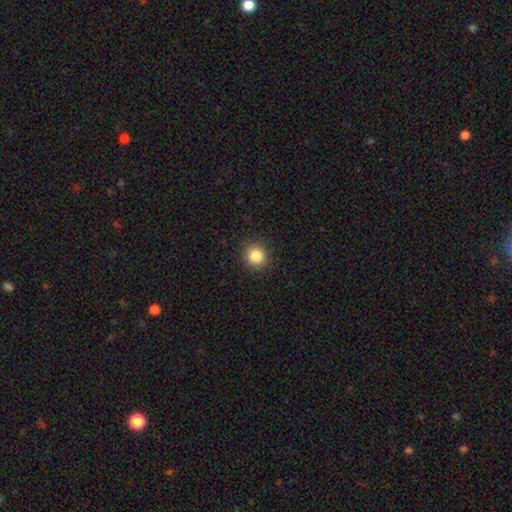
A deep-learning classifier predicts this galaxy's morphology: A smooth galaxy with no disk features (85%) that is round (89%).

Vote fractions:
- Smooth or featured? smooth: 85% / star or artifact: 11% / featured or disk: 5%
- How rounded? round: 89% / in between: 10% / cigar-shaped: 1%
- Merging? none: 90% / minor disturbance: 7% / major disturbance: 2% / merger: 1%